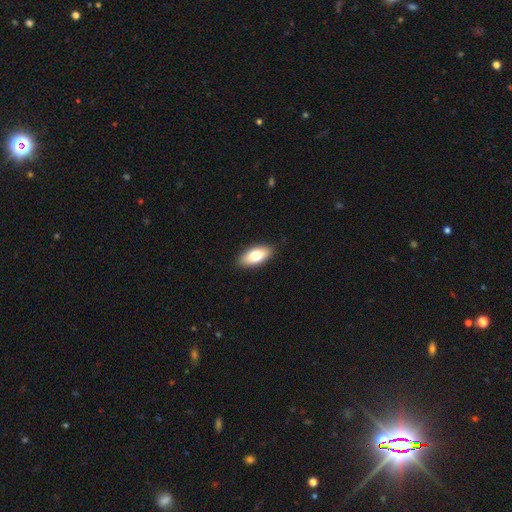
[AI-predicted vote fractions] Smooth or featured: smooth — 77% (featured or disk — 16%)
How rounded: in between — 89% (cigar-shaped — 9%)
Merging: none — 89% (minor disturbance — 9%)